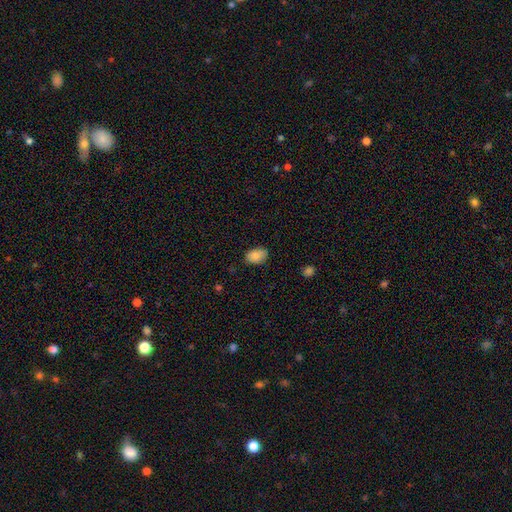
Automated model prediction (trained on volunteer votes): Overall: smooth (84%). How rounded: in between (87%). Merging: none (81%).